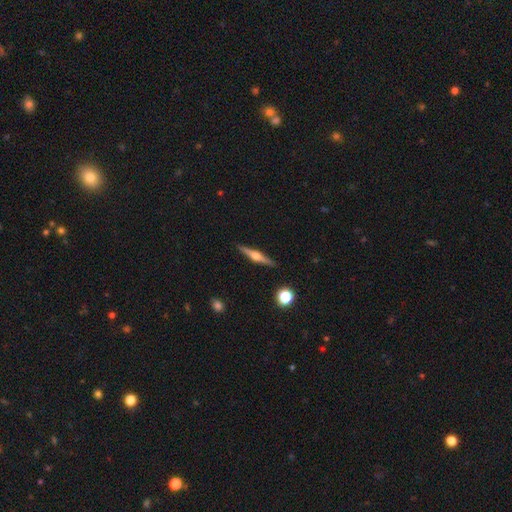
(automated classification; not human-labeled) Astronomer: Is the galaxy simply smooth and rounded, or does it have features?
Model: featured or disk — 73%.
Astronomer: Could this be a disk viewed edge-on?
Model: yes — 98%.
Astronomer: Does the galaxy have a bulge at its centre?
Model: rounded — 93%.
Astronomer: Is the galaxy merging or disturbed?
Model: none — 91%.